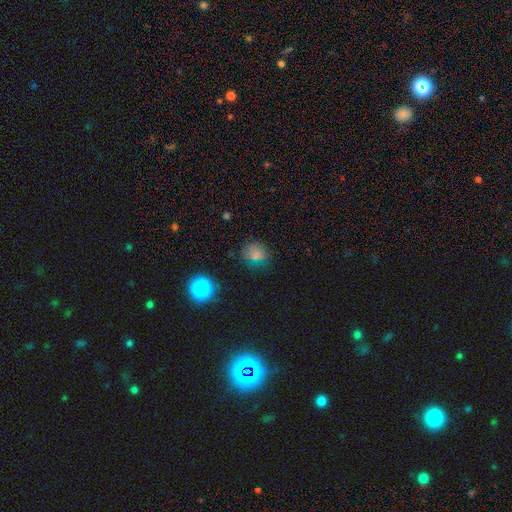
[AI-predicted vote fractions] Overall: smooth (68%). How rounded: round (79%). Merging: none (81%).